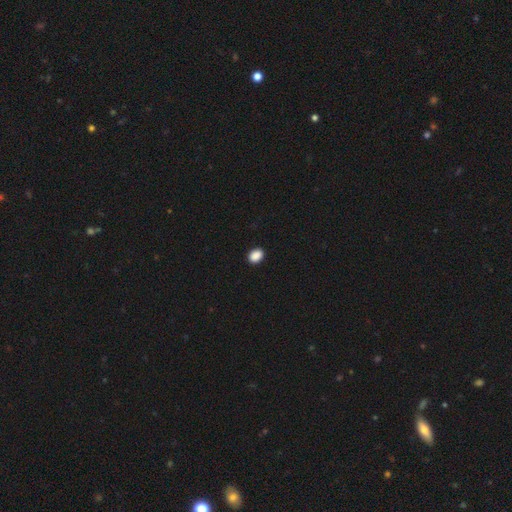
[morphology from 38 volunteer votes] smooth_or_featured: smooth (p=0.95) [alt: featured or disk p=0.03]
how_rounded: in between (p=0.69) [alt: round p=0.28]
merging: none (p=0.95) [alt: major disturbance p=0.05]